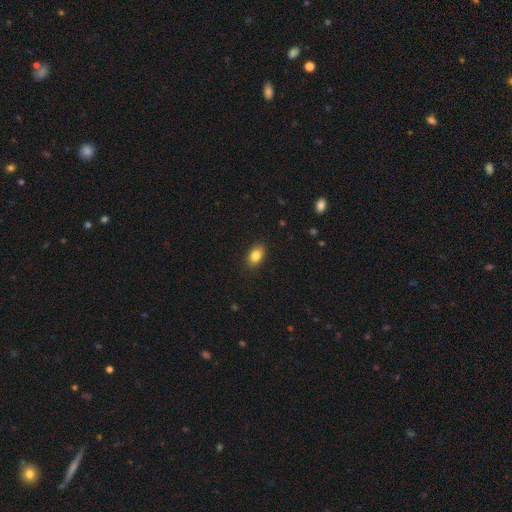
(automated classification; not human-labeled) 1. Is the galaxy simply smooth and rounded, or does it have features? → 84% smooth, 8% star or artifact, 8% featured or disk.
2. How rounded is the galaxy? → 87% in between, 11% round, 2% cigar-shaped.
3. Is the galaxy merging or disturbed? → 88% none, 9% minor disturbance, 2% major disturbance, 1% merger.